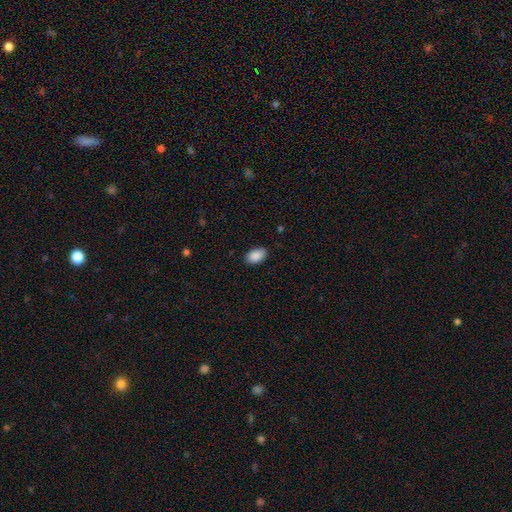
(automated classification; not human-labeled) smooth 89%, star or artifact 7%, featured or disk 3%. Down the decision tree: how rounded — in between (90%); merging — none (85%).